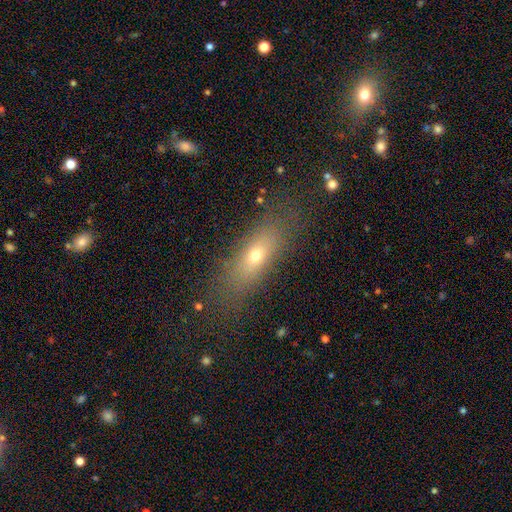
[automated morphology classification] smooth 64%, featured or disk 23%, star or artifact 13%. Down the decision tree: how rounded — in between (59%); merging — none (76%).